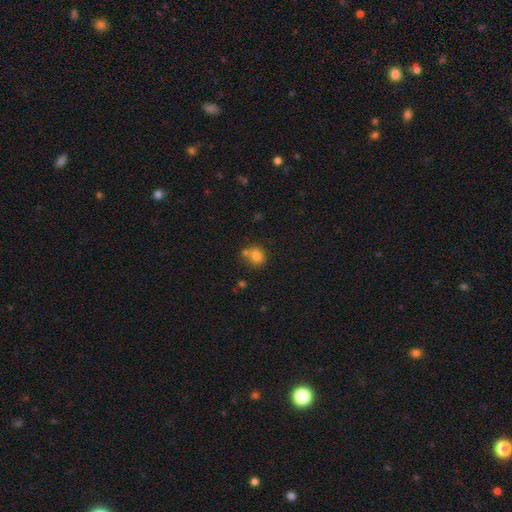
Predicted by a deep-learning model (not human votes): The model was most divided on "merging": none: 57%, merger: 26%, minor disturbance: 13%, major disturbance: 4%. More confident: smooth or featured — smooth (80%); how rounded — round (78%).